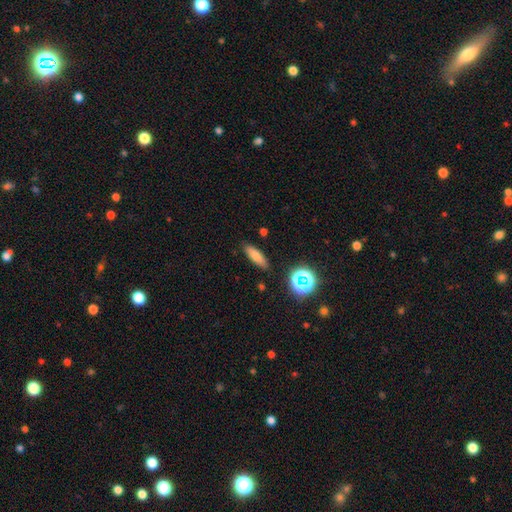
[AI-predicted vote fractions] A smooth galaxy with no disk features (75%) that is in between round and cigar-shaped (49%). Merging: none (86%).